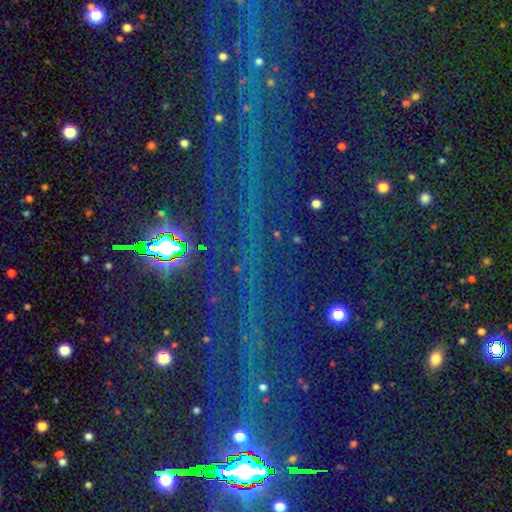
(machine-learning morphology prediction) The model was most divided on "smooth or featured": star or artifact: 87%, smooth: 7%, featured or disk: 6%.